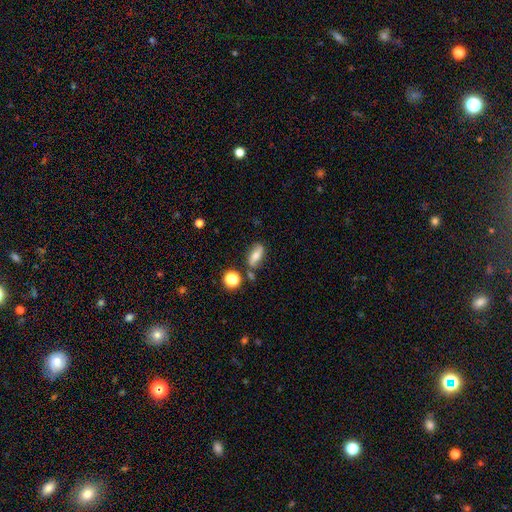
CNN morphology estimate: Overall: smooth (55%; featured or disk 34%). How rounded: in between (73%). Merging: none (68%).